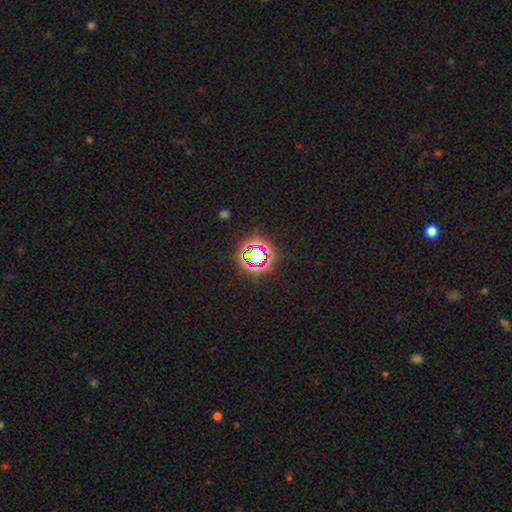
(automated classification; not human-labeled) smooth_or_featured: star or artifact (p=0.67) [alt: smooth p=0.22]